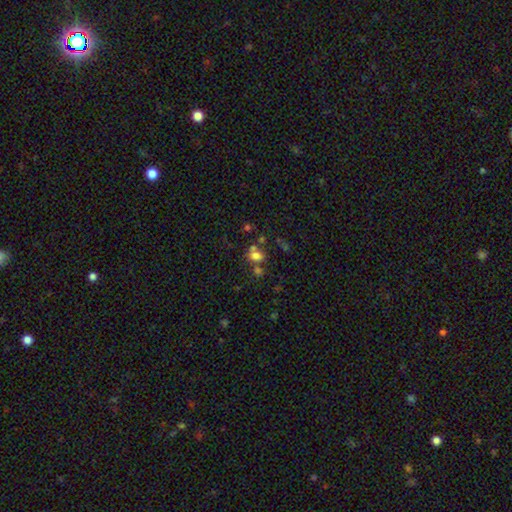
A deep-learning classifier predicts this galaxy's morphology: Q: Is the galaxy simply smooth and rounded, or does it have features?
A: smooth — 72%.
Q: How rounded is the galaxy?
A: in between — 51%.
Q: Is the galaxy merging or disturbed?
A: none — 50%.